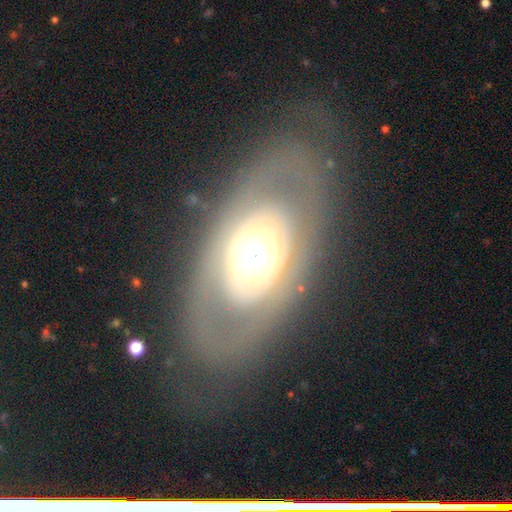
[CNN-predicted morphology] Smooth or featured? featured or disk (63%)
Edge-on disk? no (86%)
Bar? no (84%)
Spiral arms? no (80%)
Bulge size? large (42%)
Merging? none (78%)